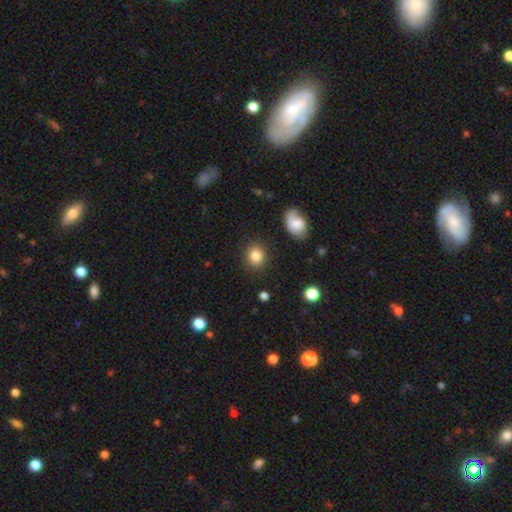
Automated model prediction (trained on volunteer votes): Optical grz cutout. It shows a smooth galaxy with no disk features (84%) that is round (74%). Merging: none (87%).